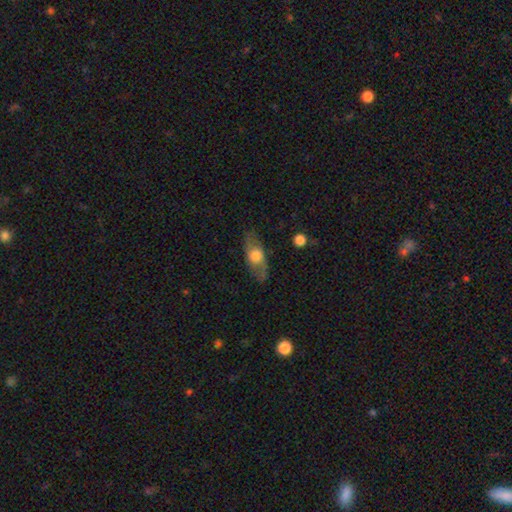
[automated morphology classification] The model was most divided on "smooth or featured": smooth: 52%, featured or disk: 41%, star or artifact: 7%. More confident: merging — none (76%); how rounded — in between (70%).